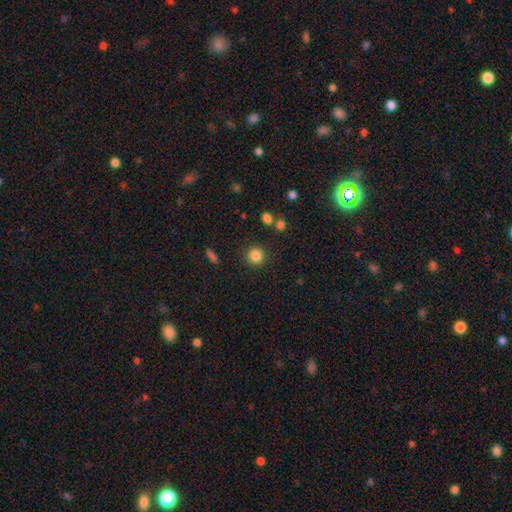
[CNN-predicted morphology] type=smooth (85%); roundness=round (93%); merging=none (88%).